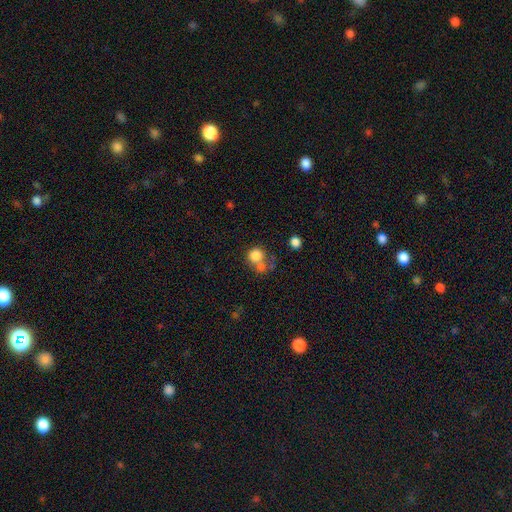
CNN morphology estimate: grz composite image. It shows a smooth galaxy with no disk features (79%) that is round (86%). Merging: none (44%).